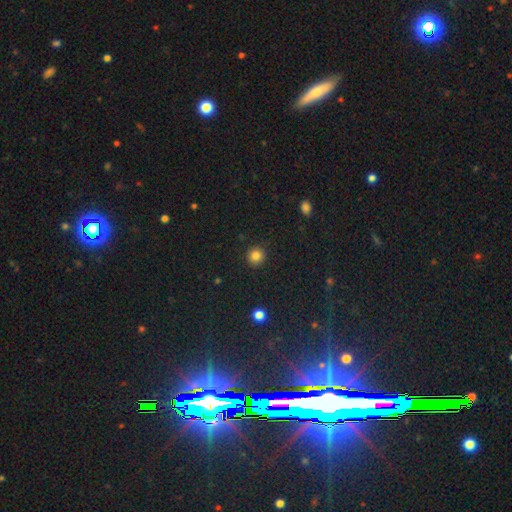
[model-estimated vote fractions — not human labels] Smooth or featured?
  - smooth: 83% *
  - star or artifact: 12%
  - featured or disk: 5%
How rounded?
  - round: 93% *
  - in between: 6%
  - cigar-shaped: 1%
Merging?
  - none: 91% *
  - minor disturbance: 6%
  - major disturbance: 2%
  - merger: 1%